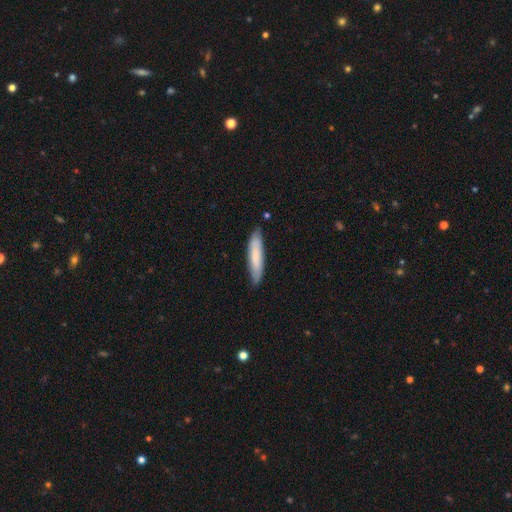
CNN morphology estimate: This is likely a smooth galaxy (76%). How rounded: clearly cigar-shaped (87%). Merging: clearly none (83%).